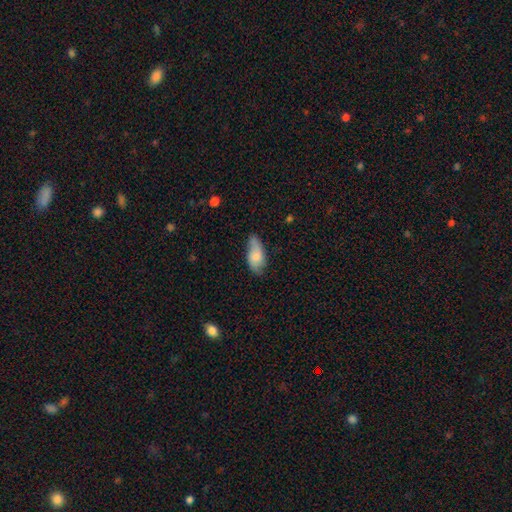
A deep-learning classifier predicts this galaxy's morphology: Q: Smooth or featured?
A: smooth (72%); runner-up: featured or disk (21%)
Q: How rounded?
A: in between (89%); runner-up: cigar-shaped (8%)
Q: Merging?
A: none (58%); runner-up: minor disturbance (32%)